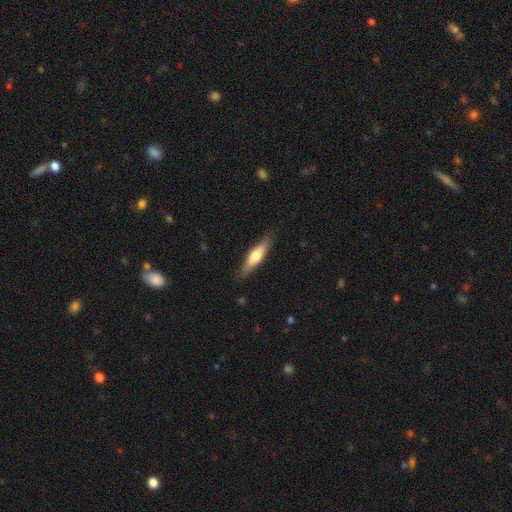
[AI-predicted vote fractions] A smooth galaxy with no disk features (52%) that is cigar-shaped (70%).

Vote fractions:
- Smooth or featured? smooth: 52% / featured or disk: 42% / star or artifact: 6%
- How rounded? cigar-shaped: 70% / in between: 28% / round: 2%
- Merging? none: 85% / minor disturbance: 12% / major disturbance: 2% / merger: 1%